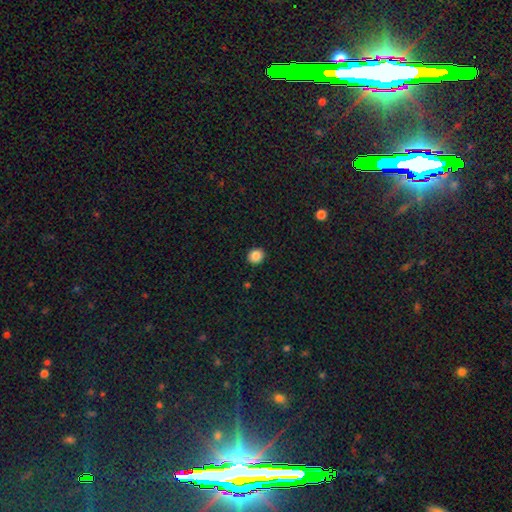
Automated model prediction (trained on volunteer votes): Morphology: type=smooth (86%); roundness=round (82%); merging=none (92%).